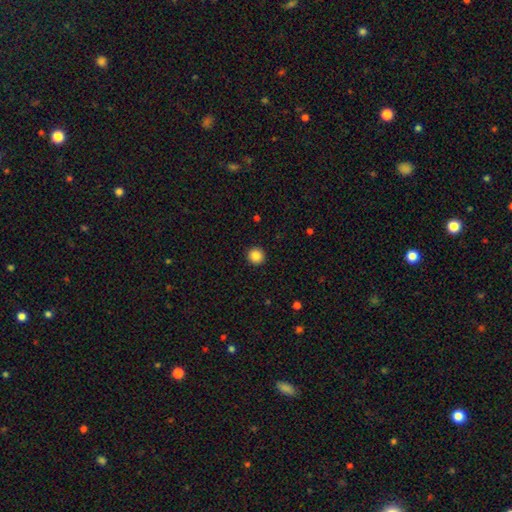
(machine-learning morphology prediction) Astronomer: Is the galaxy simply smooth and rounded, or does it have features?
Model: smooth — 86%.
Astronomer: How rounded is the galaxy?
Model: round — 95%.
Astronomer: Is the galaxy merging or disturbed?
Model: none — 93%.